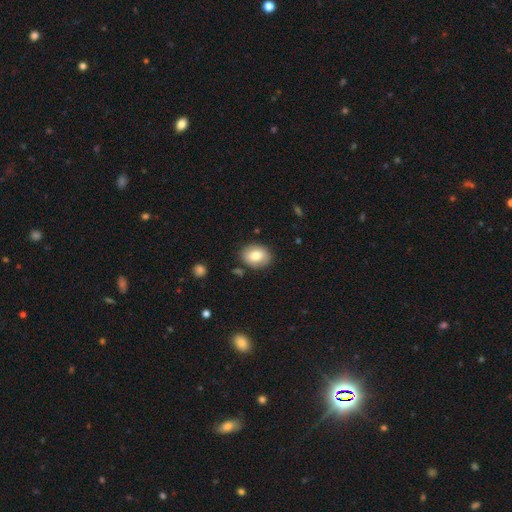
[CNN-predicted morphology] Overall: smooth (77%). How rounded: in between (60%; round 39%). Merging: none (84%).